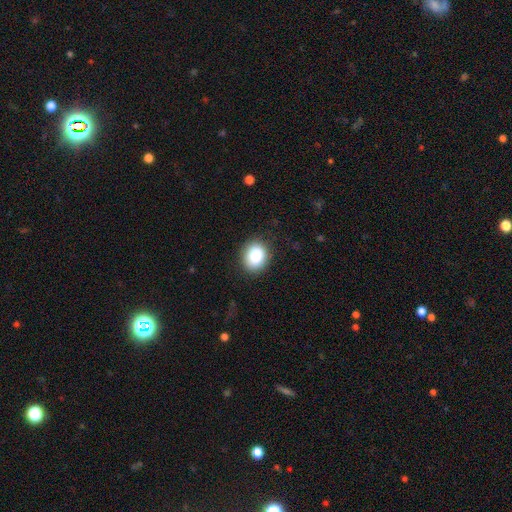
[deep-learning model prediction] This appears to be a smooth galaxy with no disk features (87%) that is round (58%). Merging: none (86%).